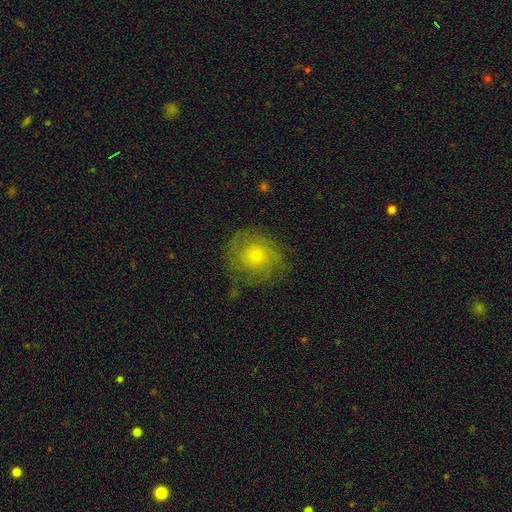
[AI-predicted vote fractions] Q: Smooth or featured?
A: featured or disk (48%); runner-up: smooth (41%)
Q: Merging?
A: none (73%); runner-up: minor disturbance (17%)